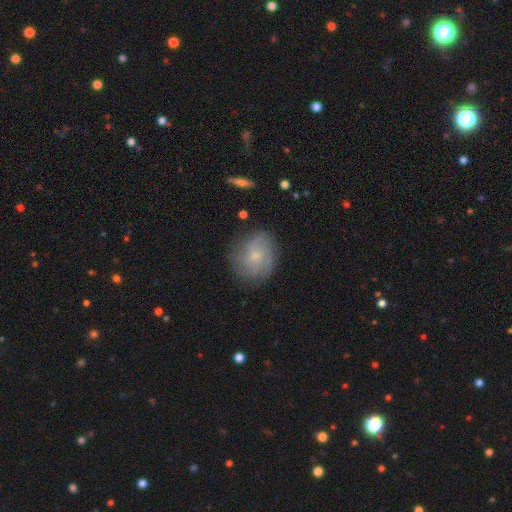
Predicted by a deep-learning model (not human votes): A smooth galaxy with no disk features (48%). Merging: none (74%).